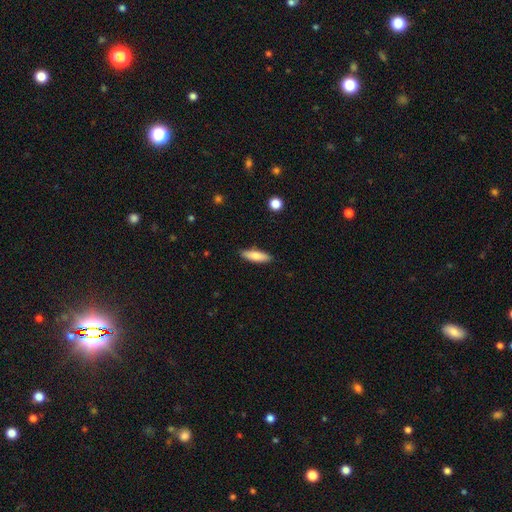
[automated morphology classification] smooth 80%, featured or disk 14%, star or artifact 6%. Down the decision tree: how rounded — cigar-shaped (56%); merging — none (87%).